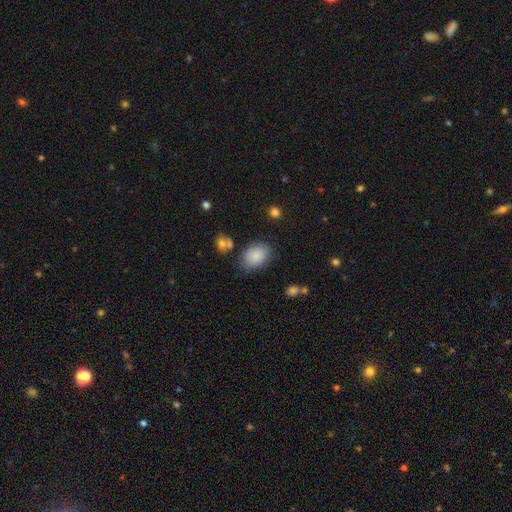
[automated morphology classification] Smooth or featured?
  - smooth: 85% *
  - star or artifact: 8%
  - featured or disk: 7%
How rounded?
  - in between: 77% *
  - round: 22%
  - cigar-shaped: 1%
Merging?
  - none: 74% *
  - minor disturbance: 17%
  - major disturbance: 5%
  - merger: 4%